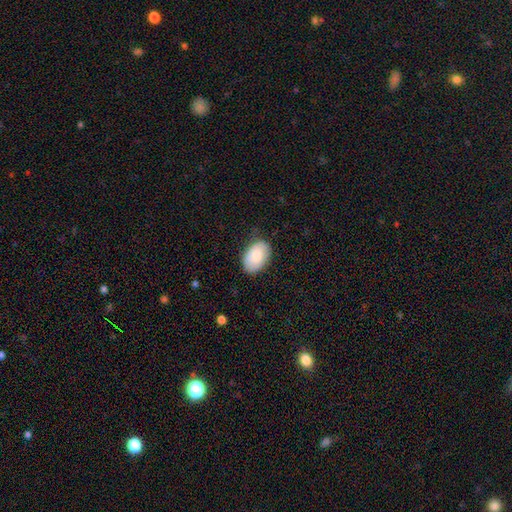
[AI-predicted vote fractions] The model was most divided on "merging": none: 76%, minor disturbance: 19%, major disturbance: 4%, merger: 1%. More confident: how rounded — in between (90%); smooth or featured — smooth (82%).